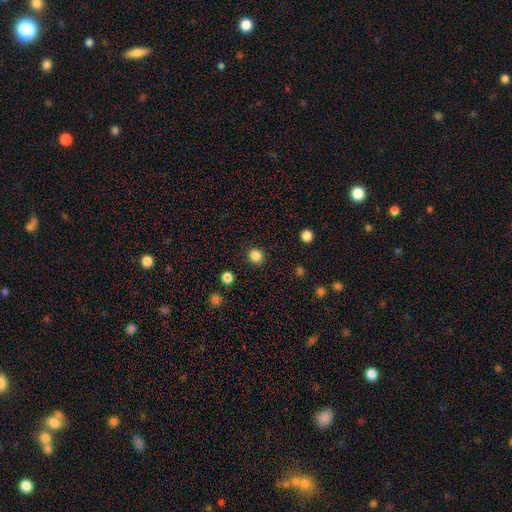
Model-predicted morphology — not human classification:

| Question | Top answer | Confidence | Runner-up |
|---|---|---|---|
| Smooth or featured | smooth | 85% | star or artifact (12%) |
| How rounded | round | 93% | in between (6%) |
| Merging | none | 92% | minor disturbance (5%) |